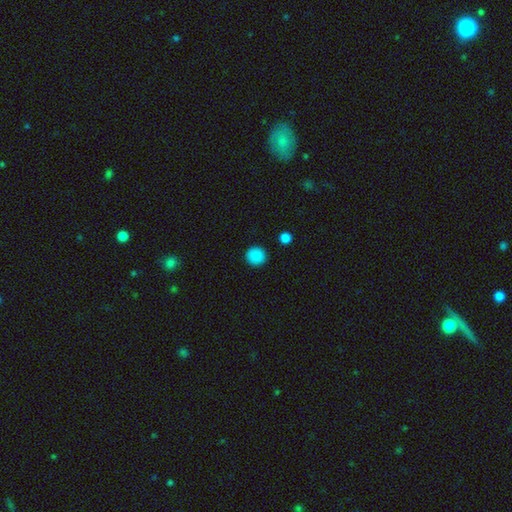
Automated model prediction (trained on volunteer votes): Q: Smooth or featured?
A: smooth (88%); runner-up: star or artifact (10%)
Q: How rounded?
A: round (93%); runner-up: in between (6%)
Q: Merging?
A: none (92%); runner-up: minor disturbance (5%)